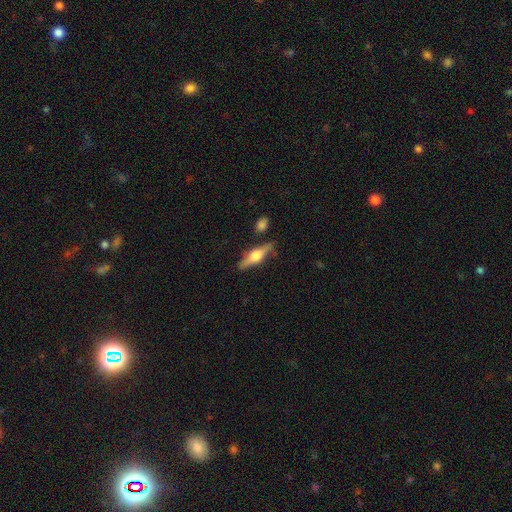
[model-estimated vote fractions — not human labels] Q: Smooth or featured?
A: featured or disk (69%); runner-up: smooth (25%)
Q: Edge-on disk?
A: yes (96%); runner-up: no (4%)
Q: Edge-on bulge?
A: rounded (93%); runner-up: boxy (5%)
Q: Merging?
A: none (81%); runner-up: minor disturbance (12%)